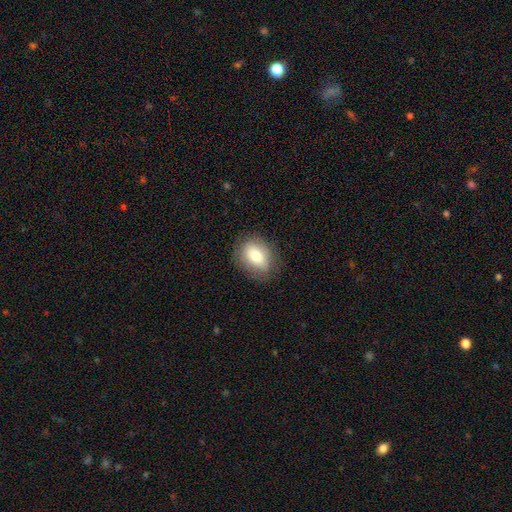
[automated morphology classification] A smooth galaxy with no disk features (74%) that is in between round and cigar-shaped (70%). Merging: none (82%).